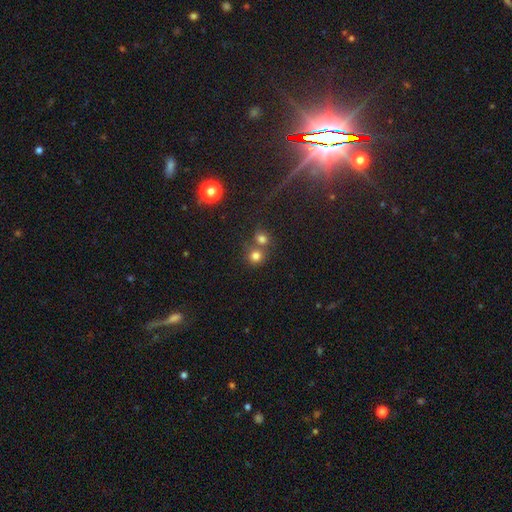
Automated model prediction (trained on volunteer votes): This appears to be a smooth galaxy with no disk features (77%) that is round (87%). Merging: none (52%).